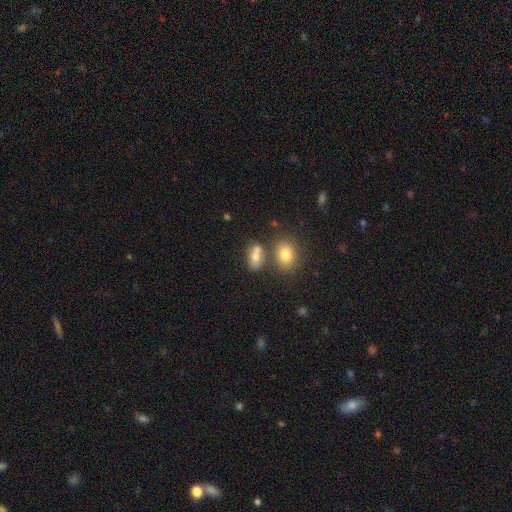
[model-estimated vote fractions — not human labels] A smooth galaxy with no disk features (72%) that is in between round and cigar-shaped (78%). Merging: none (50%).